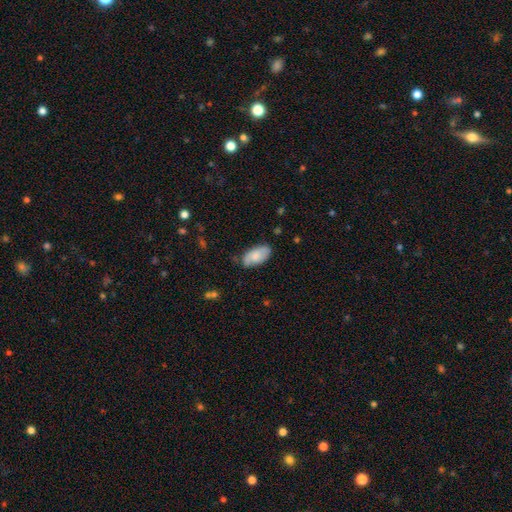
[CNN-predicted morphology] Smooth or featured? smooth (75%)
How rounded? in between (94%)
Merging? none (72%)